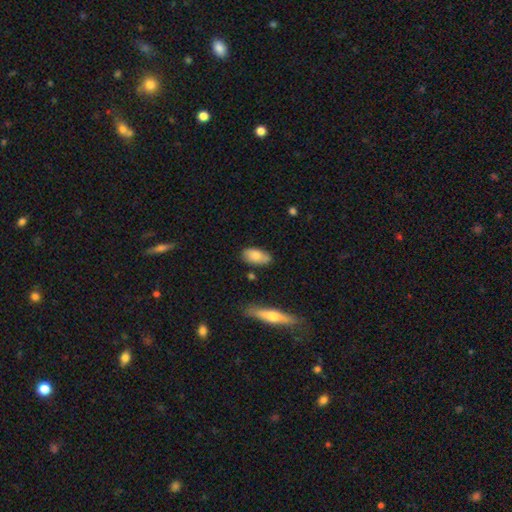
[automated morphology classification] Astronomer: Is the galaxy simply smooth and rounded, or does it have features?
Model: smooth — 77%.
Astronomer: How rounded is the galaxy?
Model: in between — 90%.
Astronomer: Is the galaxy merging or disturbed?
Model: none — 74%.